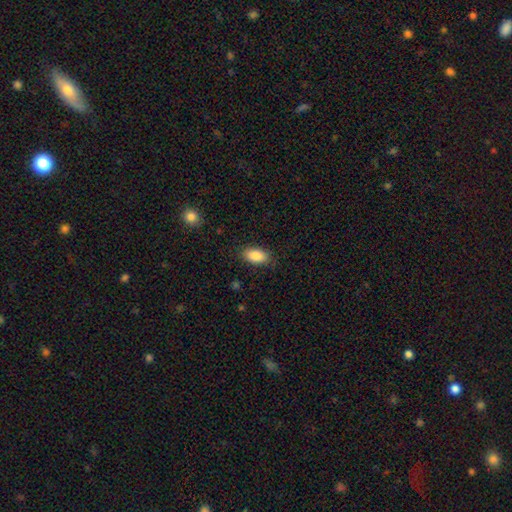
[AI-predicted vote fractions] smooth-or-featured: smooth: 88% | star or artifact: 7% | featured or disk: 6%
  how-rounded: in between: 92% | cigar-shaped: 5% | round: 3%
  merging: none: 86% | minor disturbance: 10% | major disturbance: 3% | merger: 1%